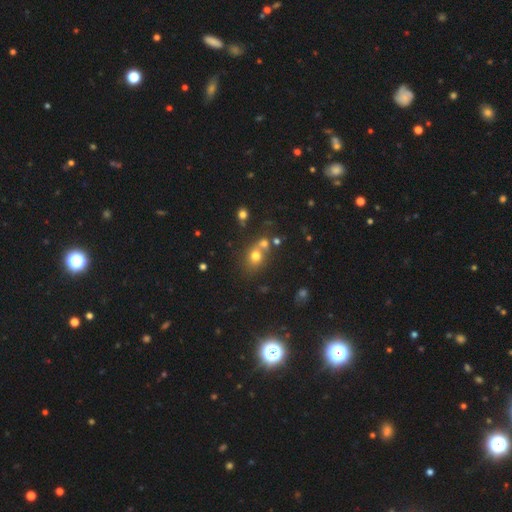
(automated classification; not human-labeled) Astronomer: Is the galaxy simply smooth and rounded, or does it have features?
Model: smooth — 69%.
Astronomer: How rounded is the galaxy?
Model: round — 67%.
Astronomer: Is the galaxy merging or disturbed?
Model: none — 44% (runner-up: merger, 41%).